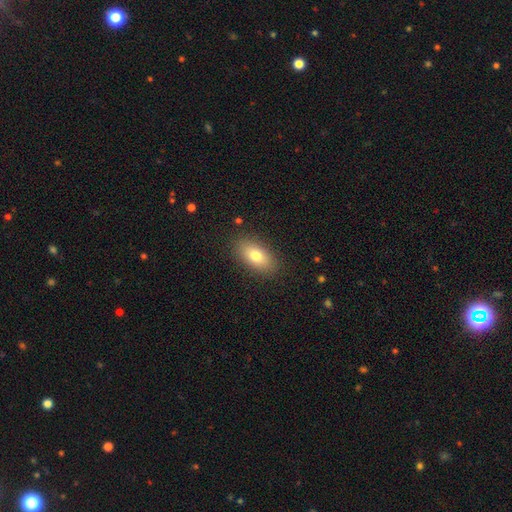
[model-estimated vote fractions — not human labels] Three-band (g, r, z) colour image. It shows a smooth galaxy with no disk features (78%) that is in between round and cigar-shaped (88%). Merging: none (86%).